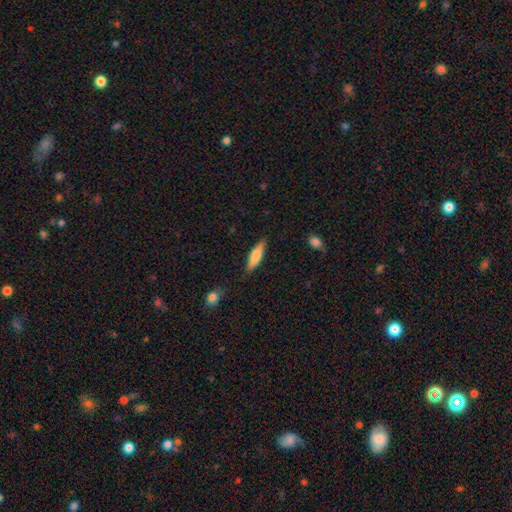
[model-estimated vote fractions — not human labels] smooth 70%, featured or disk 24%, star or artifact 6%. Down the decision tree: how rounded — cigar-shaped (66%); merging — none (81%).